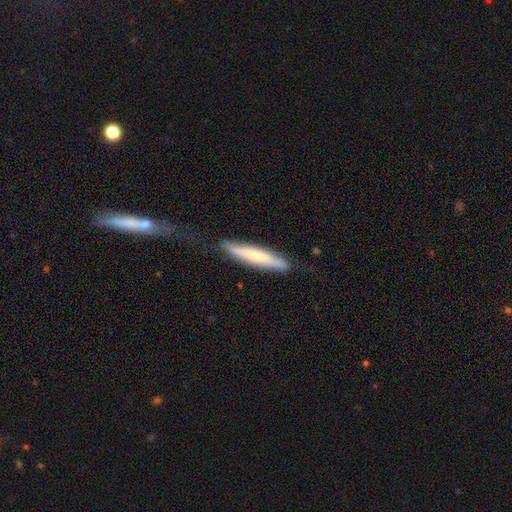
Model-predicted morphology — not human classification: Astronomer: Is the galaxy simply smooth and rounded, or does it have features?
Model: smooth — 62%.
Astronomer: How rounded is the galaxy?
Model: cigar-shaped — 91%.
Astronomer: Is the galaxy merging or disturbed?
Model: none — 77%.